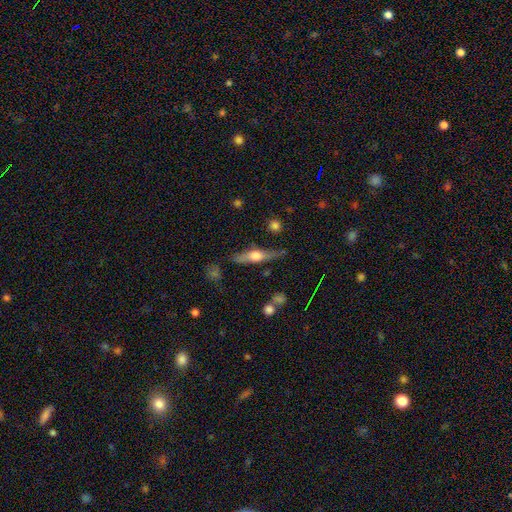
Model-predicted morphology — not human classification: Smooth or featured?
  - featured or disk: 62% *
  - smooth: 32%
  - star or artifact: 6%
Edge-on disk?
  - yes: 94% *
  - no: 6%
Edge-on bulge?
  - rounded: 91% *
  - boxy: 6%
  - none: 3%
Merging?
  - none: 78% *
  - minor disturbance: 14%
  - major disturbance: 4%
  - merger: 3%